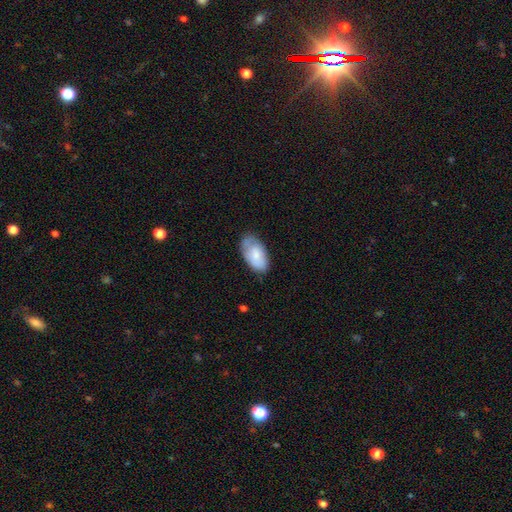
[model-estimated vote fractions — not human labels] A smooth galaxy with no disk features (74%) that is in between round and cigar-shaped (95%). Merging: none (66%).